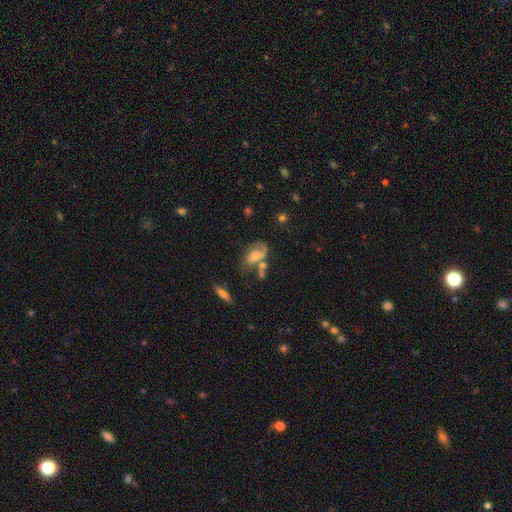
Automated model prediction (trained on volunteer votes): A featured or disk galaxy (46%).

Vote fractions:
- Smooth or featured? featured or disk: 46% / smooth: 42% / star or artifact: 12%
- Merging? none: 40% / minor disturbance: 22% / merger: 19% / major disturbance: 18%